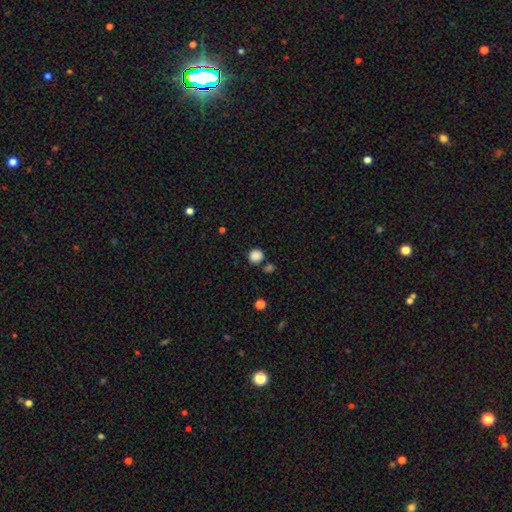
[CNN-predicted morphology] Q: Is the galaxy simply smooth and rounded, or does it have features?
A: smooth — 86%.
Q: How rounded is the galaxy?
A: round — 90%.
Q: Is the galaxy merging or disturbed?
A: none — 80%.